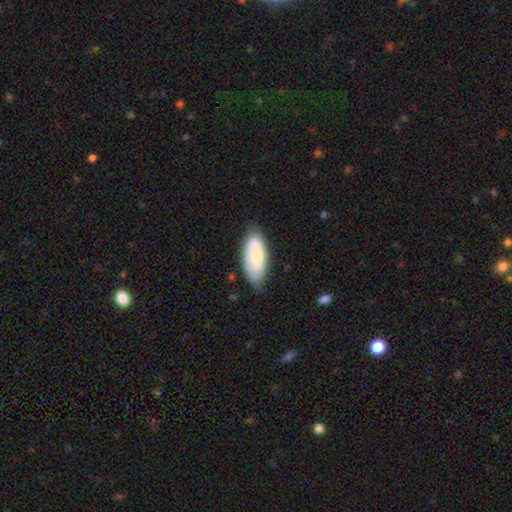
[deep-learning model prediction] This appears to be a smooth galaxy with no disk features (51%) that is in between round and cigar-shaped (89%). Merging: none (68%).